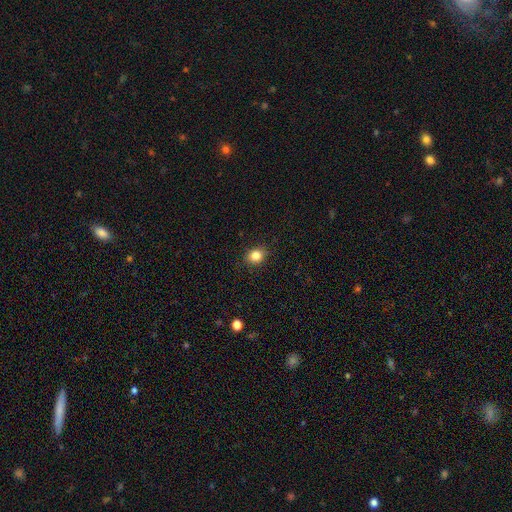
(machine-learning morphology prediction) smooth_or_featured: smooth (p=0.84) [alt: star or artifact p=0.11]
how_rounded: round (p=0.65) [alt: in between p=0.34]
merging: none (p=0.89) [alt: minor disturbance p=0.08]